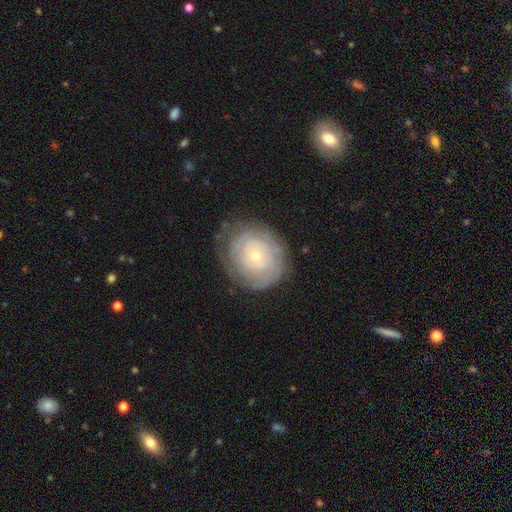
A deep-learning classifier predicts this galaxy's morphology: smooth_or_featured: featured or disk (p=0.76) [alt: smooth p=0.18]
disk_edge_on: no (p=0.97) [alt: yes p=0.03]
bar: no (p=0.83) [alt: weak p=0.14]
has_spiral_arms: yes (p=0.88) [alt: no p=0.12]
spiral_winding: tight (p=0.86) [alt: medium p=0.11]
spiral_arm_count: can't tell (p=0.53) [alt: 2 p=0.16]
bulge_size: small (p=0.67) [alt: moderate p=0.30]
merging: none (p=0.77) [alt: minor disturbance p=0.16]